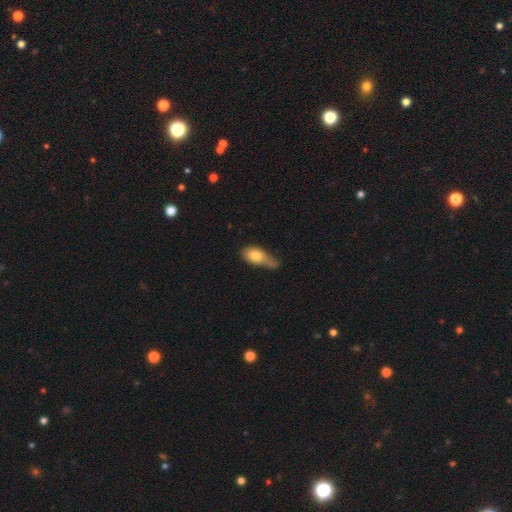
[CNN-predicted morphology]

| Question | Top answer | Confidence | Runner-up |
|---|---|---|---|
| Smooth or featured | smooth | 74% | featured or disk (18%) |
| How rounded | in between | 82% | cigar-shaped (10%) |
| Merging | minor disturbance | 41% | none (26%) |